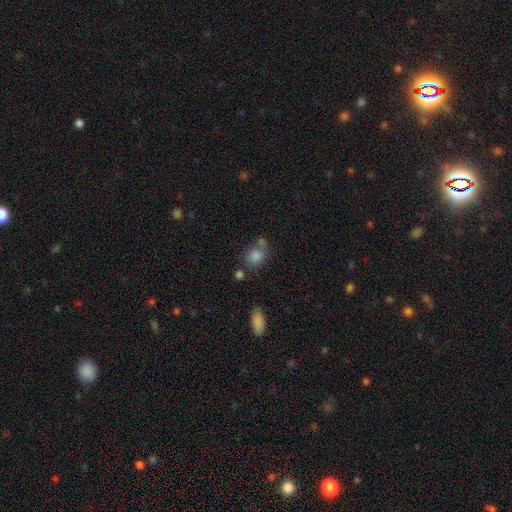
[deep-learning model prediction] The model was most divided on "how rounded": round: 65%, in between: 34%, cigar-shaped: 2%. More confident: smooth or featured — smooth (80%); merging — none (59%).